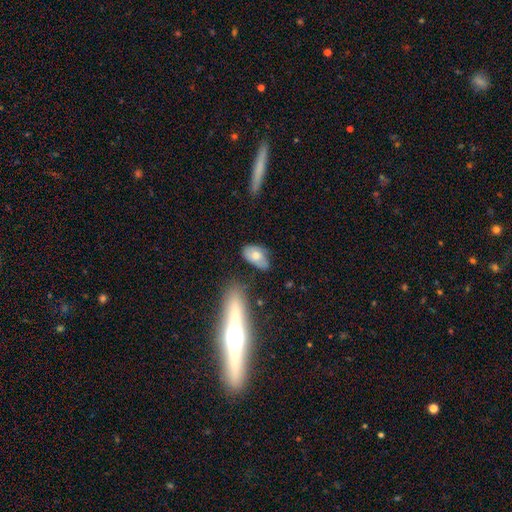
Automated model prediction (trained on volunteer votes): Q: Smooth or featured?
A: smooth (67%); runner-up: featured or disk (26%)
Q: How rounded?
A: in between (91%); runner-up: round (7%)
Q: Merging?
A: none (49%); runner-up: minor disturbance (32%)